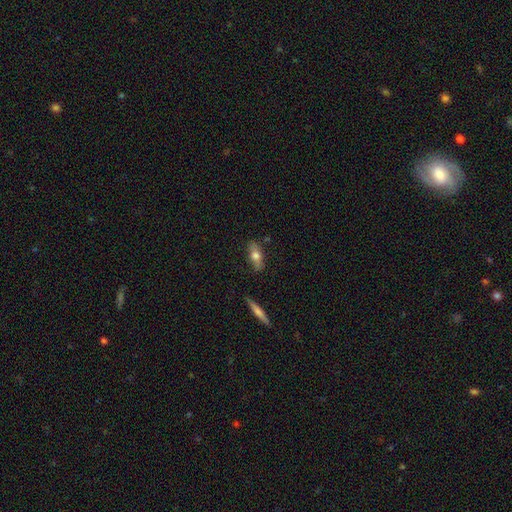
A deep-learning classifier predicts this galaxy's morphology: A smooth galaxy with no disk features (60%) that is in between round and cigar-shaped (66%). Merging: none (81%).